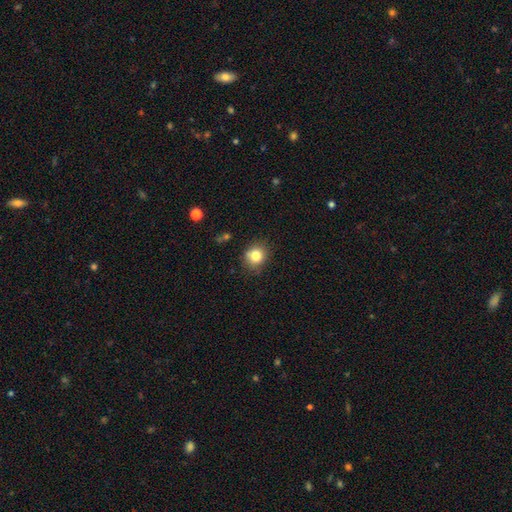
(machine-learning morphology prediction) smooth 81%, star or artifact 11%, featured or disk 8%. Down the decision tree: how rounded — round (76%); merging — none (80%).